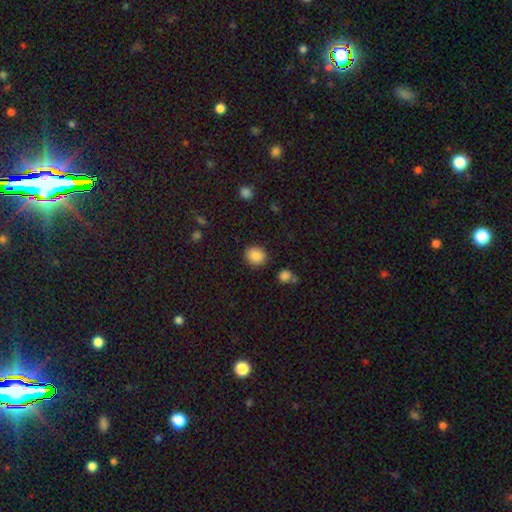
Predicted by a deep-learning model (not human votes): This is clearly a smooth galaxy (87%). How rounded: likely round (72%). Merging: clearly none (87%).